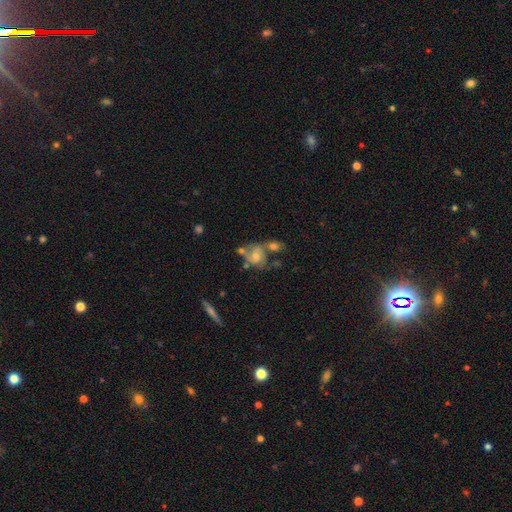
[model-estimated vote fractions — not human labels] This appears to be a featured or disk galaxy (56%) with no bar (65%), spiral arms (67%) and a moderate central bulge (49%). Merging: merger (35%).